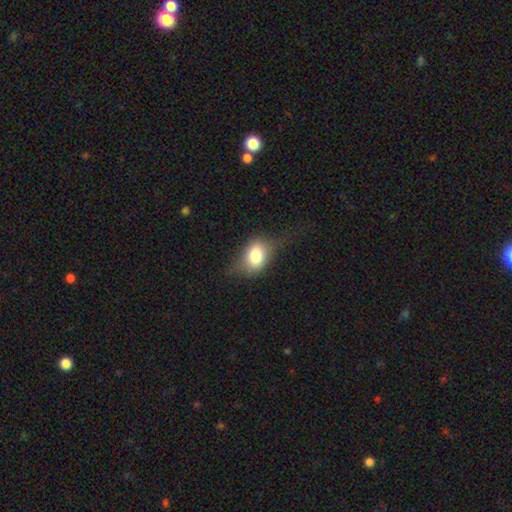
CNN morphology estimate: Smooth or featured: smooth — 72% (featured or disk — 19%)
How rounded: in between — 71% (round — 27%)
Merging: none — 52% (minor disturbance — 30%)